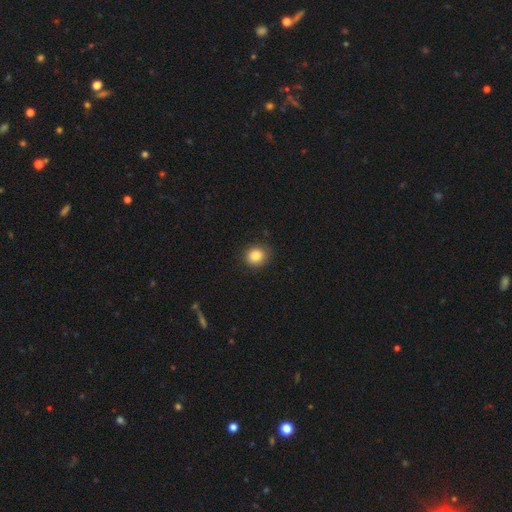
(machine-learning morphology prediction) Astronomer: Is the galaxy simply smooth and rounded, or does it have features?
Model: smooth — 84%.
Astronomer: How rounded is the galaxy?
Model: round — 85%.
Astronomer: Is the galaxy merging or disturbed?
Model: none — 86%.